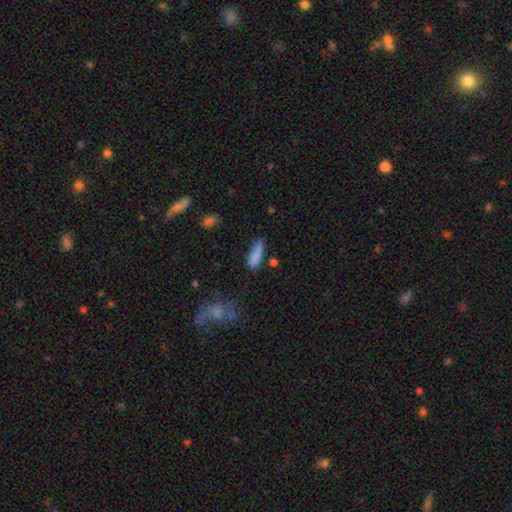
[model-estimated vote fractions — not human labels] smooth_or_featured: smooth (p=0.84) [alt: star or artifact p=0.09]
how_rounded: in between (p=0.49) [alt: cigar-shaped p=0.48]
merging: none (p=0.58) [alt: minor disturbance p=0.28]